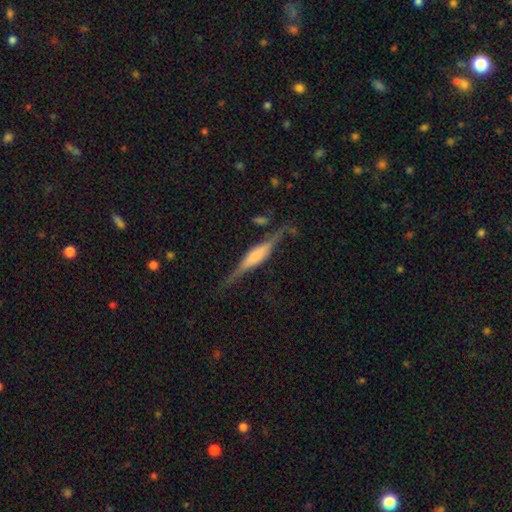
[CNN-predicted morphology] Smooth or featured? featured or disk (70%)
Edge-on disk? yes (96%)
Edge-on bulge? rounded (47%)
Merging? none (77%)